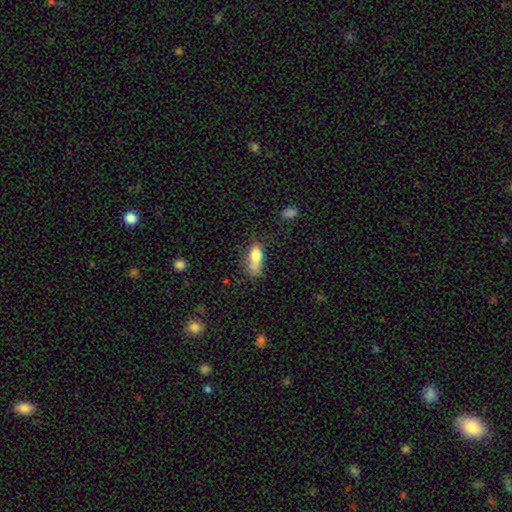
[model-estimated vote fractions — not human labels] The model was most divided on "merging": none: 36%, minor disturbance: 31%, major disturbance: 21%, merger: 11%. More confident: how rounded — in between (78%); smooth or featured — smooth (77%).